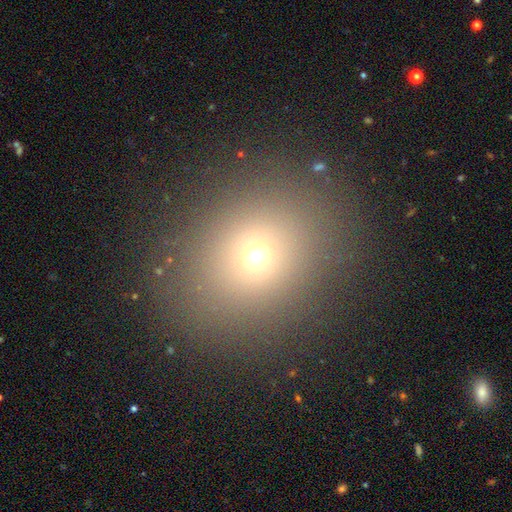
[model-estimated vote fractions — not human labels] smooth 67%, star or artifact 22%, featured or disk 11%. Down the decision tree: how rounded — round (66%); merging — none (87%).